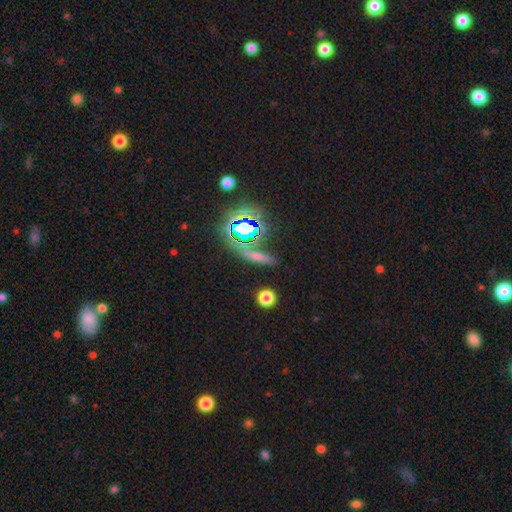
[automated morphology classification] Q: Smooth or featured?
A: smooth (50%); runner-up: star or artifact (33%)
Q: Merging?
A: none (75%); runner-up: minor disturbance (12%)